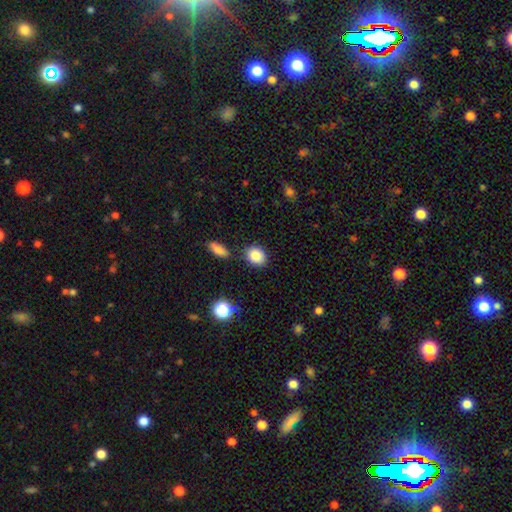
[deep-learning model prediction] This is clearly a smooth galaxy (86%). How rounded: possibly round (56%). Merging: likely none (78%).